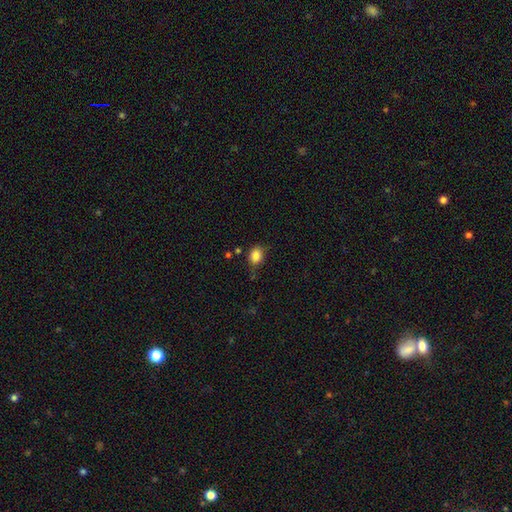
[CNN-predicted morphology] Smooth or featured? Predicted: smooth (p=0.84). How rounded? Predicted: round (p=0.51). Merging? Predicted: none (p=0.66).